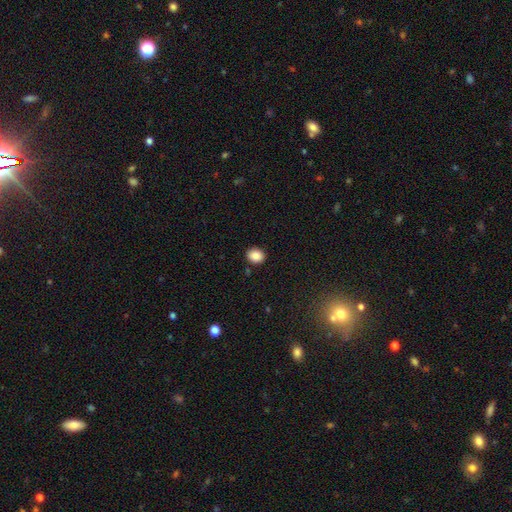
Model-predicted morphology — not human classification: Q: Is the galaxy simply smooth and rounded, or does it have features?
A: smooth — 86%.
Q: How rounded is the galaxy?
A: round — 61%.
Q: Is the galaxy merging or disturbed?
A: none — 89%.